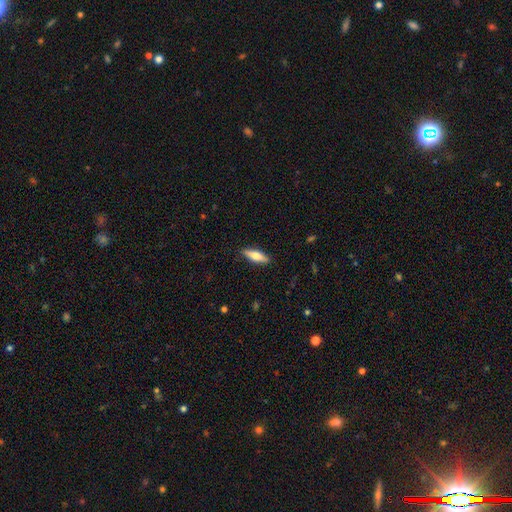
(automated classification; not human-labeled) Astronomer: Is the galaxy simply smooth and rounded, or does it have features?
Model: smooth — 62%.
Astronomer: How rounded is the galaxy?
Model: cigar-shaped — 55% (runner-up: in between, 43%).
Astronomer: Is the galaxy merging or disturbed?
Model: none — 89%.